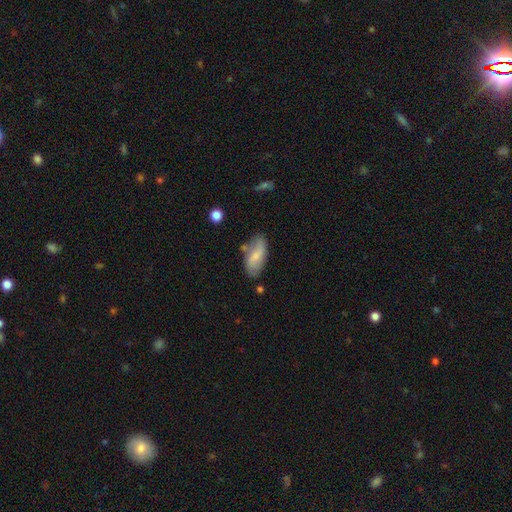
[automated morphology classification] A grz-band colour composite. It shows a smooth galaxy with no disk features (56%) that is in between round and cigar-shaped (85%). Merging: none (68%).